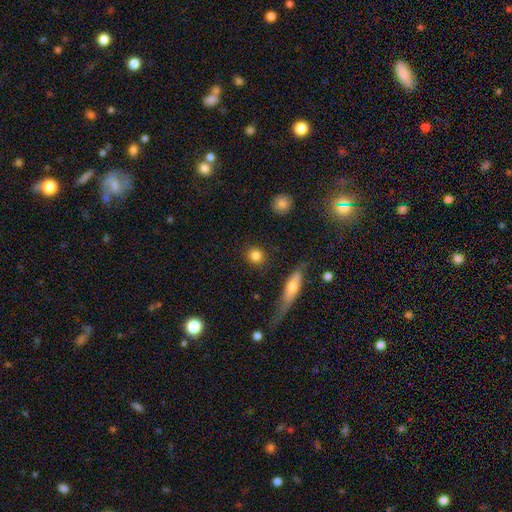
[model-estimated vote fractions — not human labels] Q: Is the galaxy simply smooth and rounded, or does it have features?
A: smooth — 84%.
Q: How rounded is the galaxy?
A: round — 87%.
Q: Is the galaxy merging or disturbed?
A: none — 88%.